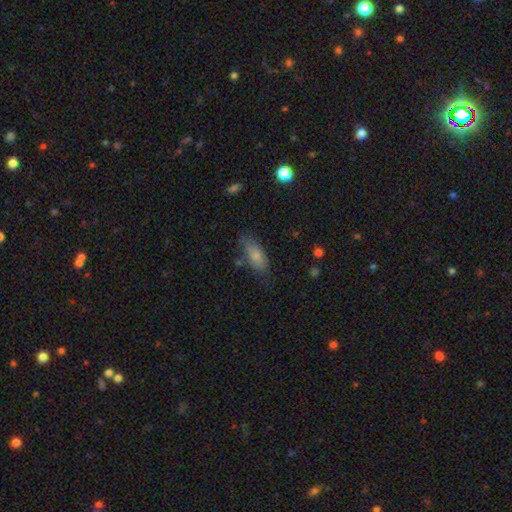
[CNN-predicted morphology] This appears to be a smooth galaxy with no disk features (77%) that is in between round and cigar-shaped (83%). Merging: none (65%).